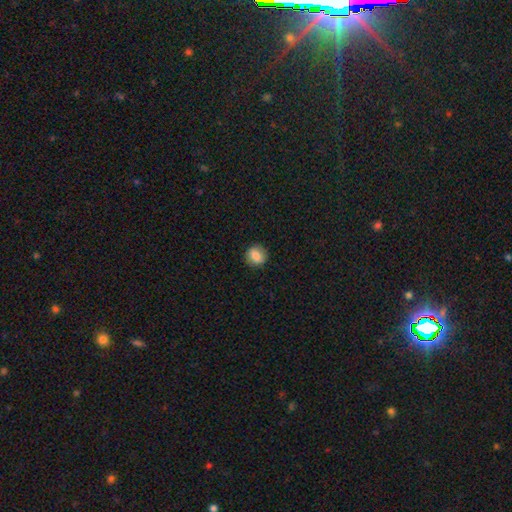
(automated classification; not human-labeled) The model was most divided on "how rounded": round: 81%, in between: 17%, cigar-shaped: 1%. More confident: merging — none (88%); smooth or featured — smooth (82%).